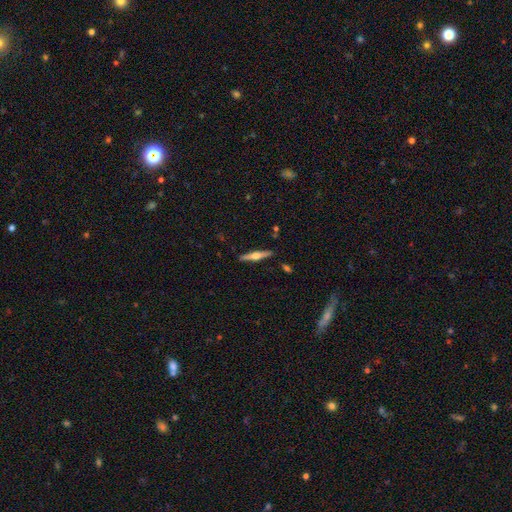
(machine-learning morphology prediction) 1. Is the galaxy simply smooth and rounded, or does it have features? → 70% featured or disk, 25% smooth, 6% star or artifact.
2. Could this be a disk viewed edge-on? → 97% yes, 3% no.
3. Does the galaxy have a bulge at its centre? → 93% rounded, 4% boxy, 3% none.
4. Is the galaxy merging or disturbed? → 90% none, 7% minor disturbance, 2% merger, 2% major disturbance.